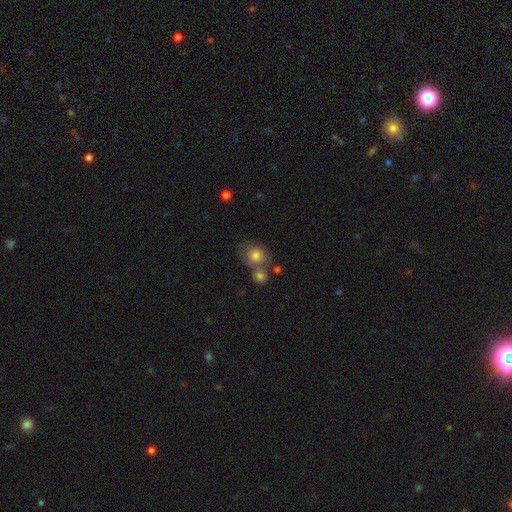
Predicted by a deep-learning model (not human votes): Q: Smooth or featured?
A: smooth (77%); runner-up: featured or disk (13%)
Q: How rounded?
A: round (74%); runner-up: in between (25%)
Q: Merging?
A: none (45%); runner-up: merger (33%)